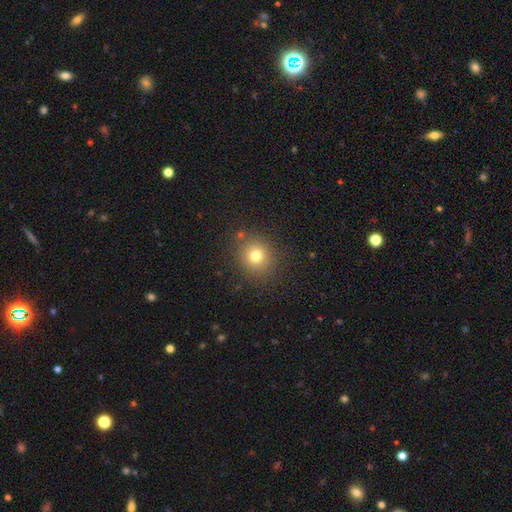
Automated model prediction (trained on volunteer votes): Smooth or featured?
  - smooth: 76% *
  - star or artifact: 15%
  - featured or disk: 9%
How rounded?
  - round: 86% *
  - in between: 13%
  - cigar-shaped: 1%
Merging?
  - none: 86% *
  - minor disturbance: 8%
  - major disturbance: 3%
  - merger: 2%